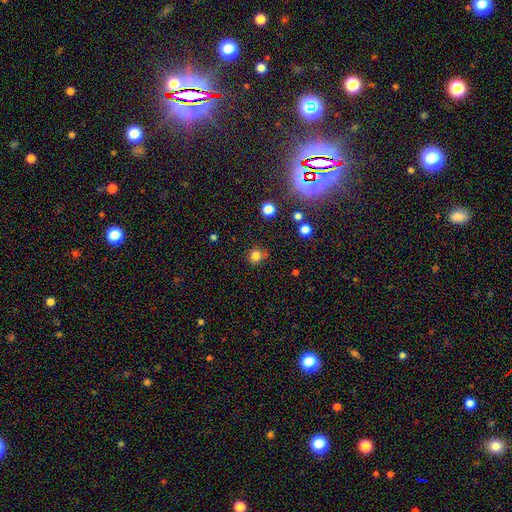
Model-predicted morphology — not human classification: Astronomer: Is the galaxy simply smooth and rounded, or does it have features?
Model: smooth — 80%.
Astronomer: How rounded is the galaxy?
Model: round — 89%.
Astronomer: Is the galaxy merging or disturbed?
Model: none — 79%.